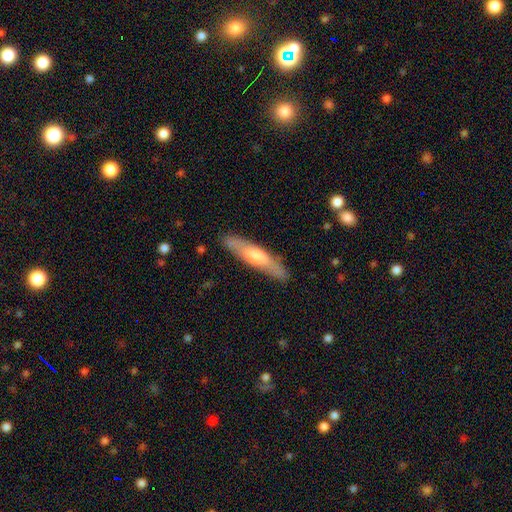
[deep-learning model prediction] smooth_or_featured: smooth (p=0.52) [alt: featured or disk p=0.43]
how_rounded: cigar-shaped (p=0.80) [alt: in between p=0.18]
merging: none (p=0.86) [alt: minor disturbance p=0.10]